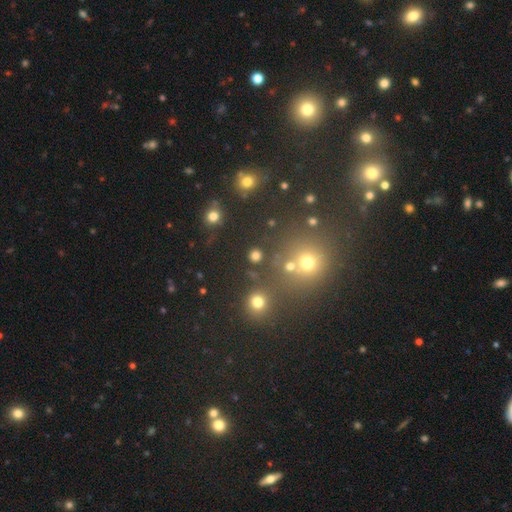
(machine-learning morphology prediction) Smooth or featured? Predicted: smooth (p=0.75). How rounded? Predicted: round (p=0.89). Merging? Predicted: none (p=0.83).